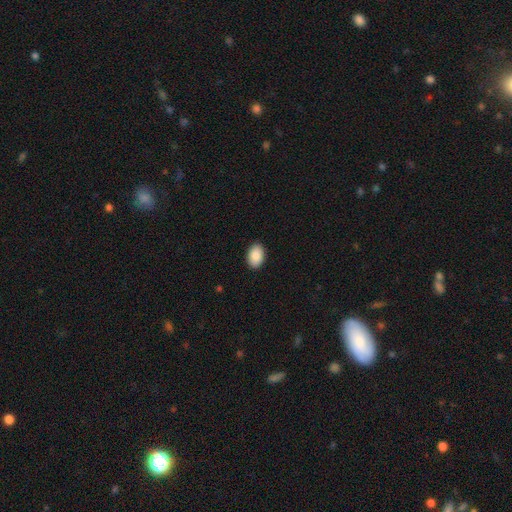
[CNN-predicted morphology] A smooth galaxy with no disk features (89%) that is in between round and cigar-shaped (90%). Merging: none (90%).